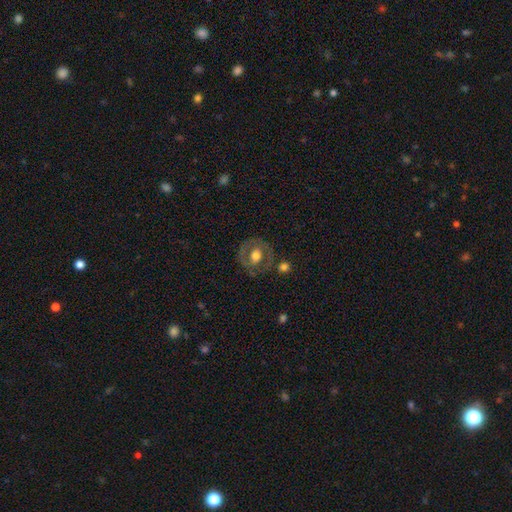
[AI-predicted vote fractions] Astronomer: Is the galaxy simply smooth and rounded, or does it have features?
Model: featured or disk — 51% (runner-up: smooth, 42%).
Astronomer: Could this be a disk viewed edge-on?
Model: no — 95%.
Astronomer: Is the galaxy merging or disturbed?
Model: none — 72%.